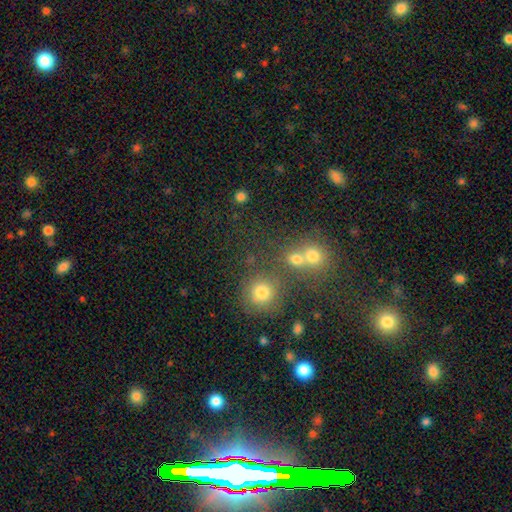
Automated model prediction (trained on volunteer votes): A star or artifact, not a galaxy (50%).